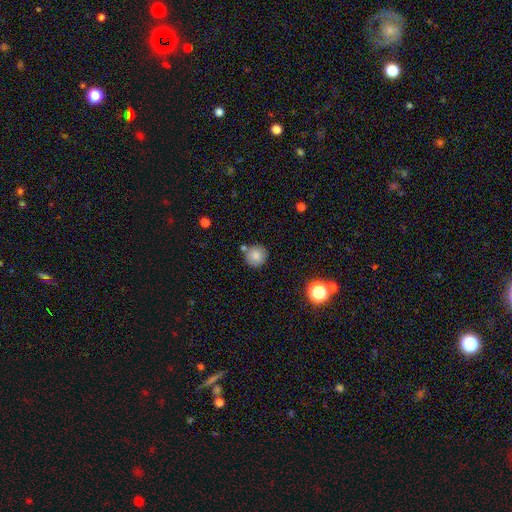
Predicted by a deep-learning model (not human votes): Q: Smooth or featured?
A: smooth (84%); runner-up: star or artifact (10%)
Q: How rounded?
A: round (93%); runner-up: in between (6%)
Q: Merging?
A: none (77%); runner-up: merger (11%)